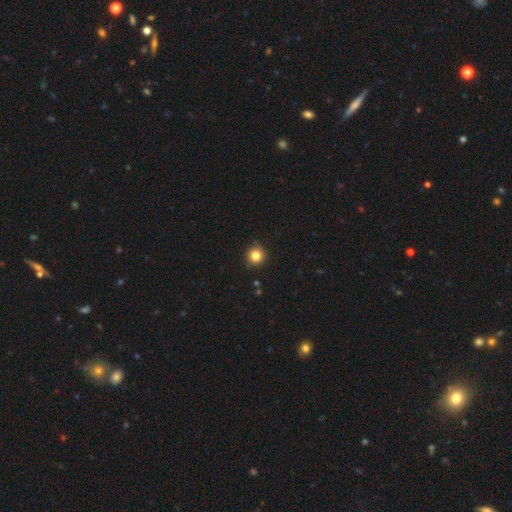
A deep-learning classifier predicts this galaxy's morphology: smooth 83%, star or artifact 12%, featured or disk 5%. Down the decision tree: how rounded — round (94%); merging — none (89%).